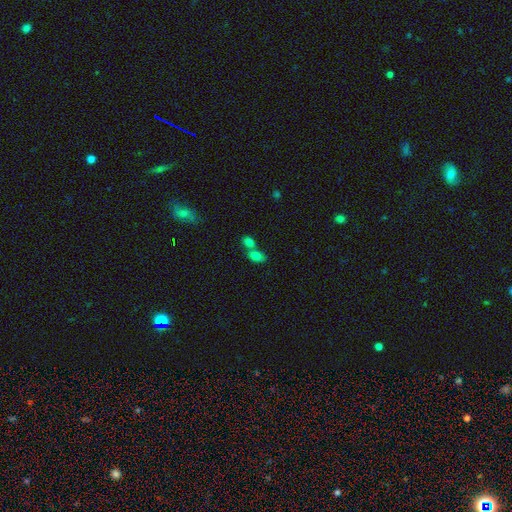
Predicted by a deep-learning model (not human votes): Smooth or featured?
  - smooth: 79% *
  - star or artifact: 12%
  - featured or disk: 10%
How rounded?
  - in between: 81% *
  - round: 16%
  - cigar-shaped: 3%
Merging?
  - merger: 56% *
  - none: 32%
  - minor disturbance: 8%
  - major disturbance: 4%